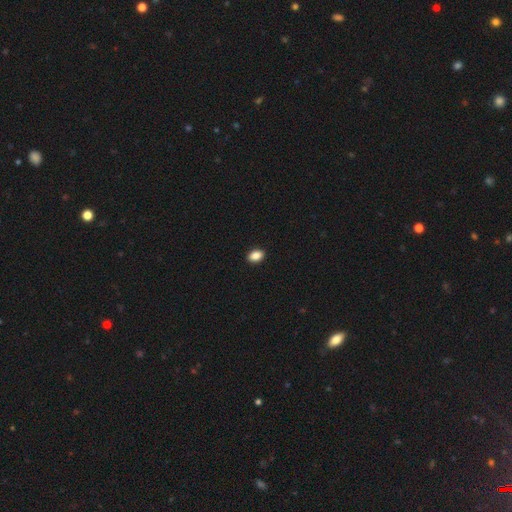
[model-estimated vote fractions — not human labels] smooth 88%, star or artifact 9%, featured or disk 3%. Down the decision tree: how rounded — in between (83%); merging — none (92%).